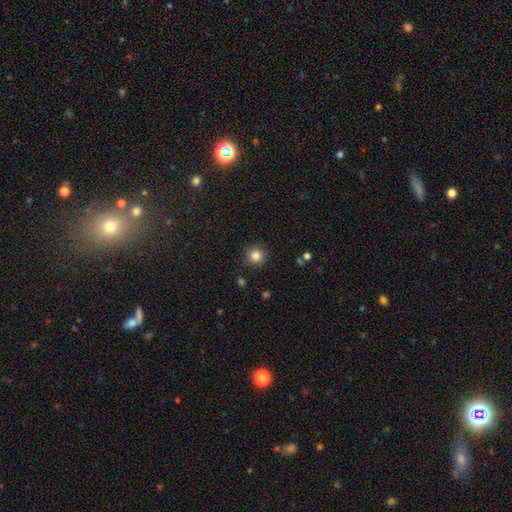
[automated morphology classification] Smooth or featured? smooth (84%)
How rounded? round (95%)
Merging? none (91%)